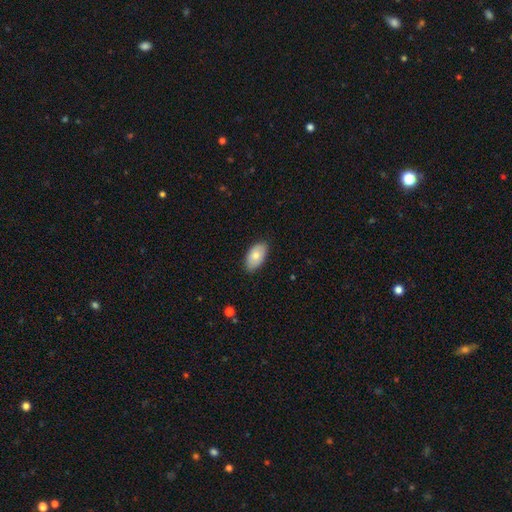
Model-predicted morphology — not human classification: This appears to be a smooth galaxy with no disk features (78%) that is in between round and cigar-shaped (95%). Merging: none (84%).